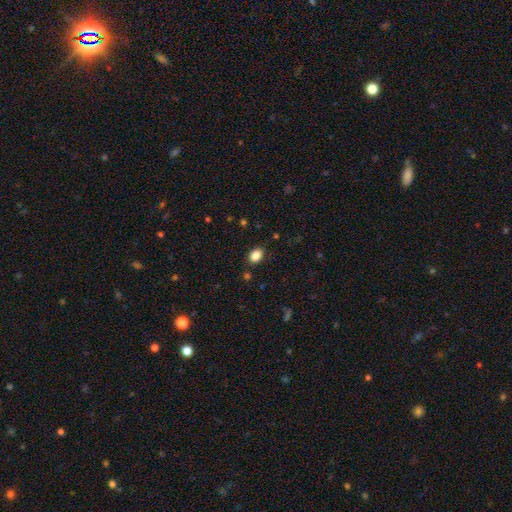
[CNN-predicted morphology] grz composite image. It shows a smooth galaxy with no disk features (87%) that is in between round and cigar-shaped (78%). Merging: none (86%).